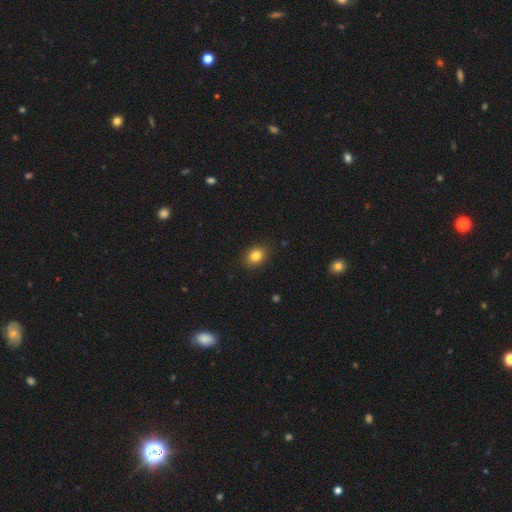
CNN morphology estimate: Q: Smooth or featured?
A: smooth (83%); runner-up: star or artifact (10%)
Q: How rounded?
A: in between (57%); runner-up: round (42%)
Q: Merging?
A: none (87%); runner-up: minor disturbance (10%)